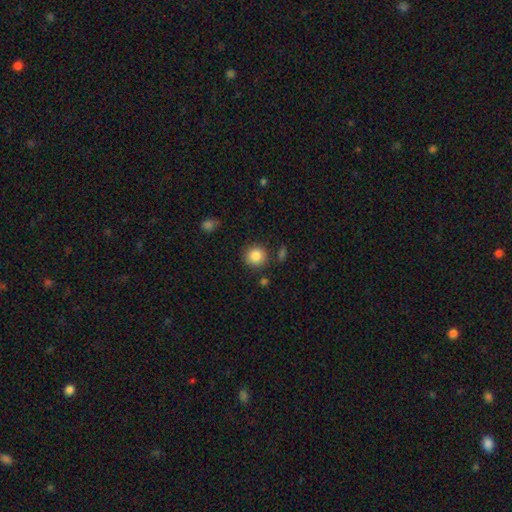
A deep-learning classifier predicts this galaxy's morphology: Smooth or featured?
  - smooth: 86% *
  - star or artifact: 9%
  - featured or disk: 5%
How rounded?
  - round: 92% *
  - in between: 7%
  - cigar-shaped: 1%
Merging?
  - none: 85% *
  - minor disturbance: 8%
  - merger: 4%
  - major disturbance: 3%